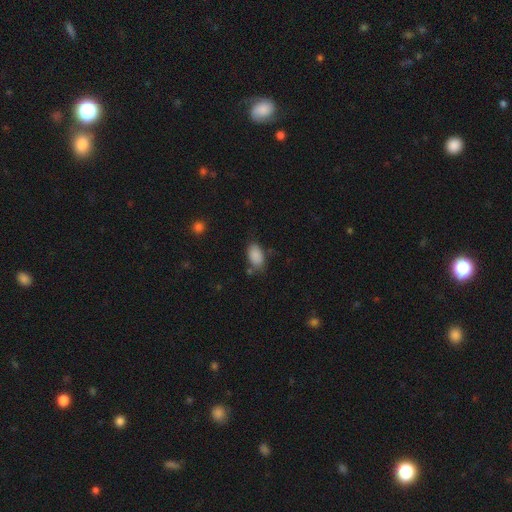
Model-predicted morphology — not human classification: Q: Smooth or featured?
A: smooth (88%); runner-up: star or artifact (8%)
Q: How rounded?
A: in between (91%); runner-up: round (7%)
Q: Merging?
A: none (71%); runner-up: minor disturbance (19%)